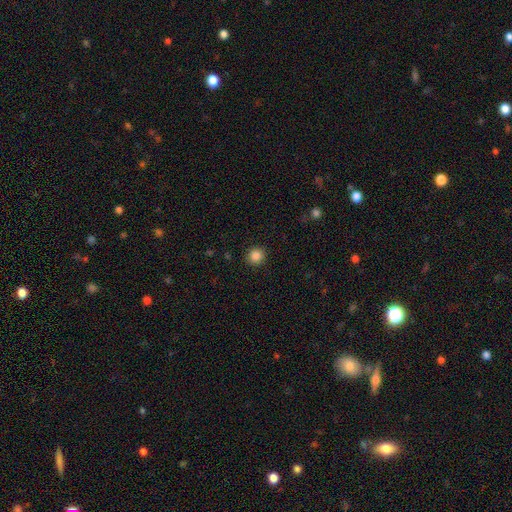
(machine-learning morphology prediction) Smooth or featured?
  - smooth: 86% *
  - star or artifact: 10%
  - featured or disk: 3%
How rounded?
  - round: 92% *
  - in between: 7%
  - cigar-shaped: 1%
Merging?
  - none: 91% *
  - minor disturbance: 6%
  - major disturbance: 2%
  - merger: 1%